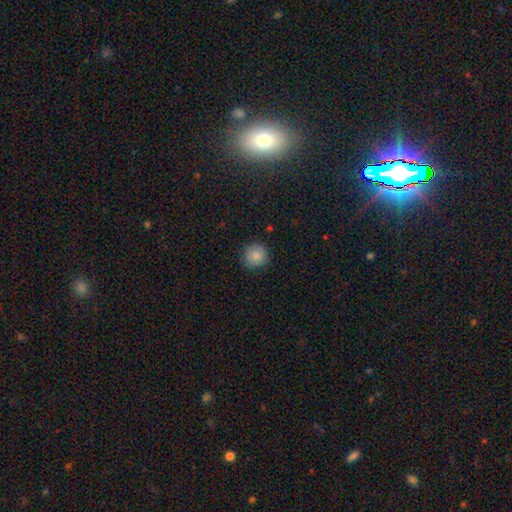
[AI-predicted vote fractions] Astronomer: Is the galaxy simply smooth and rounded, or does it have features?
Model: smooth — 85%.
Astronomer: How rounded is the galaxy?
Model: round — 93%.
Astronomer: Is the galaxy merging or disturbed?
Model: none — 87%.